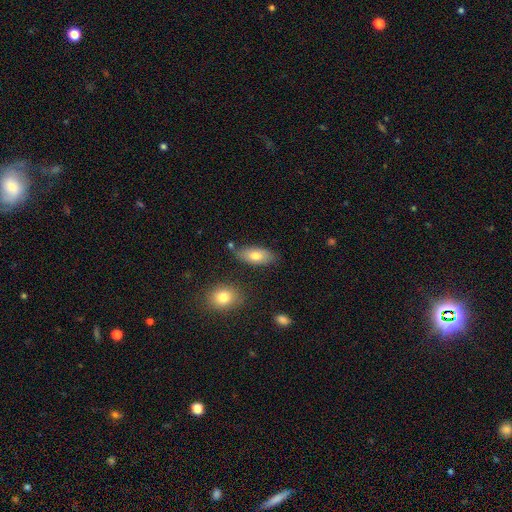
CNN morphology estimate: Overall: smooth (75%). How rounded: in between (88%). Merging: none (75%).